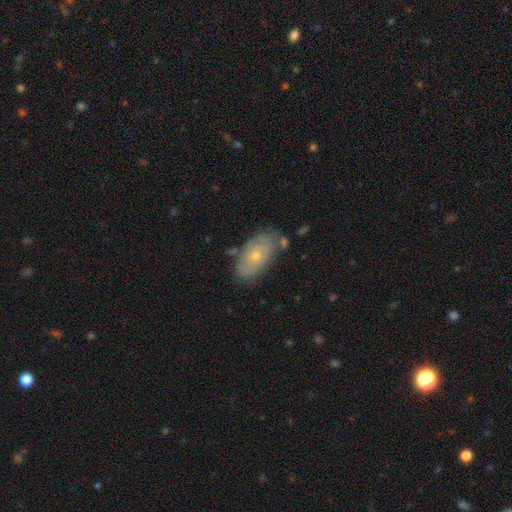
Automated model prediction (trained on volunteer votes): smooth_or_featured: featured or disk (p=0.50) [alt: smooth p=0.43]
merging: none (p=0.66) [alt: minor disturbance p=0.22]